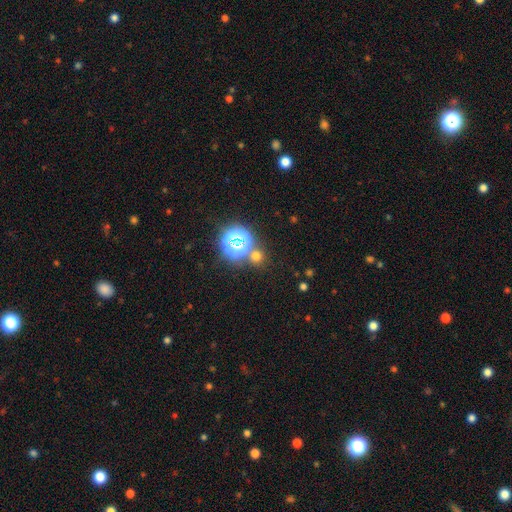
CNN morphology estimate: smooth 56%, star or artifact 37%, featured or disk 7%. Down the decision tree: how rounded — round (90%); merging — none (73%).